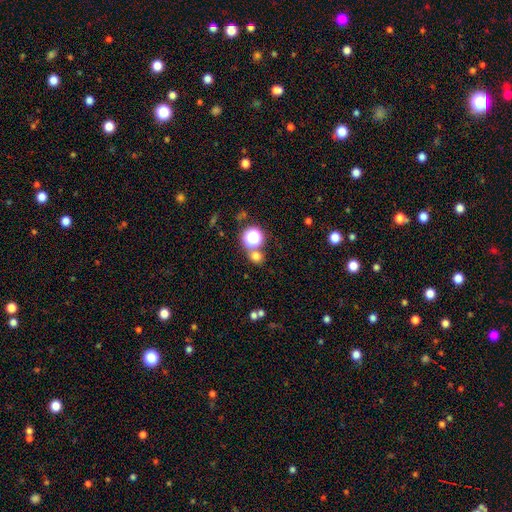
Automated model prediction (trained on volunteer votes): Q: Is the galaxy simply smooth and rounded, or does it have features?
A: smooth — 68%.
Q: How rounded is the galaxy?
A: round — 81%.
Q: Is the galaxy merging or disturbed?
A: none — 69%.